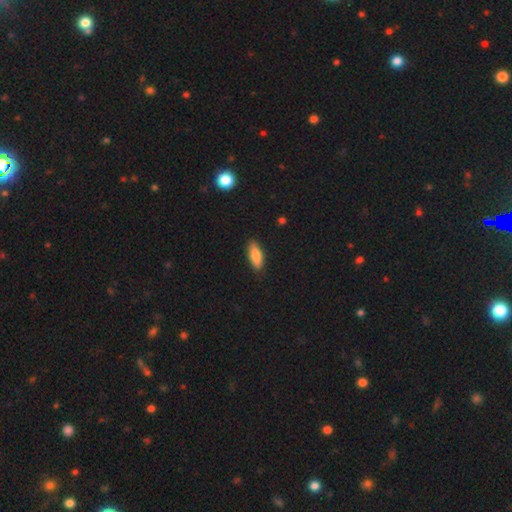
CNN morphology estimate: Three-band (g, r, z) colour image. It shows a smooth galaxy with no disk features (84%) that is in between round and cigar-shaped (70%). Merging: none (87%).